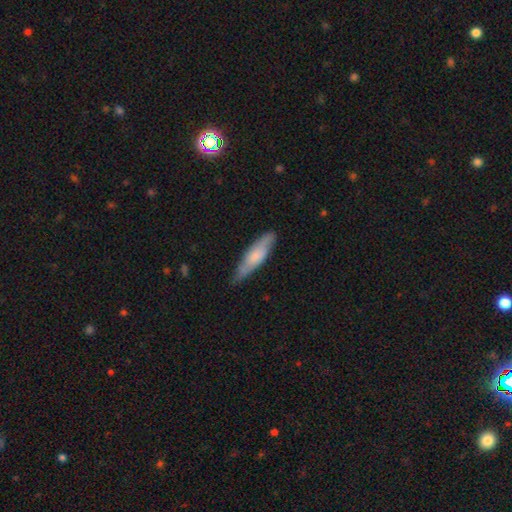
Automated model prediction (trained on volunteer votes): Morphology: type=smooth (66%); roundness=cigar-shaped (71%); merging=none (75%).